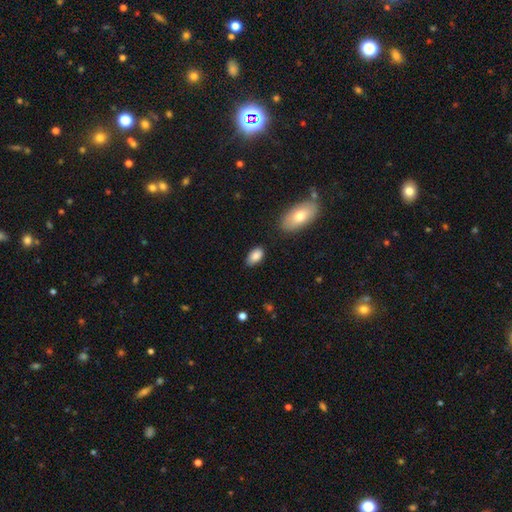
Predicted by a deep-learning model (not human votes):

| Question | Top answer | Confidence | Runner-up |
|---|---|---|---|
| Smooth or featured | smooth | 86% | star or artifact (7%) |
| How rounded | in between | 93% | round (5%) |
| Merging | none | 79% | minor disturbance (15%) |